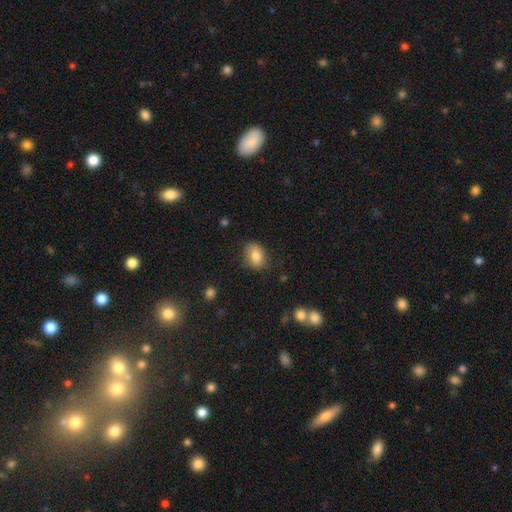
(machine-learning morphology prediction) A smooth galaxy with no disk features (84%) that is in between round and cigar-shaped (64%).

Vote fractions:
- Smooth or featured? smooth: 84% / star or artifact: 8% / featured or disk: 8%
- How rounded? in between: 64% / round: 34% / cigar-shaped: 1%
- Merging? none: 78% / minor disturbance: 17% / major disturbance: 4% / merger: 2%